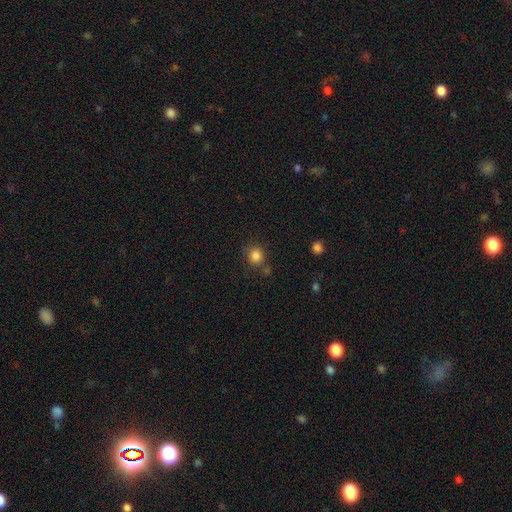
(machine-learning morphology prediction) The model was most divided on "merging": none: 74%, minor disturbance: 12%, merger: 9%, major disturbance: 4%. More confident: how rounded — round (86%); smooth or featured — smooth (84%).